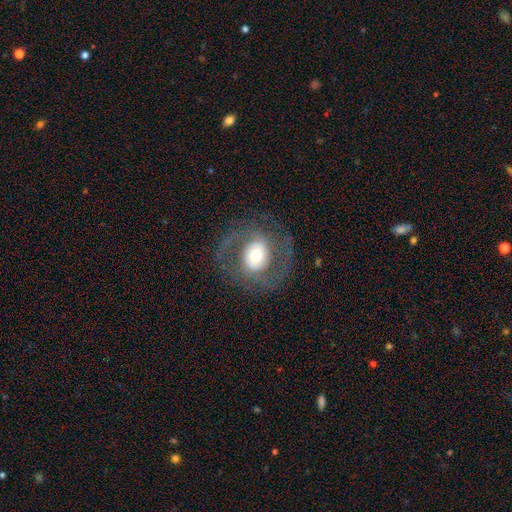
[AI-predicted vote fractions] Smooth or featured? Predicted: featured or disk (p=0.64). Edge-on disk? Predicted: no (p=0.96). Bar? Predicted: no (p=0.56). Spiral arms? Predicted: yes (p=0.69). Bulge size? Predicted: moderate (p=0.52). Merging? Predicted: none (p=0.77).